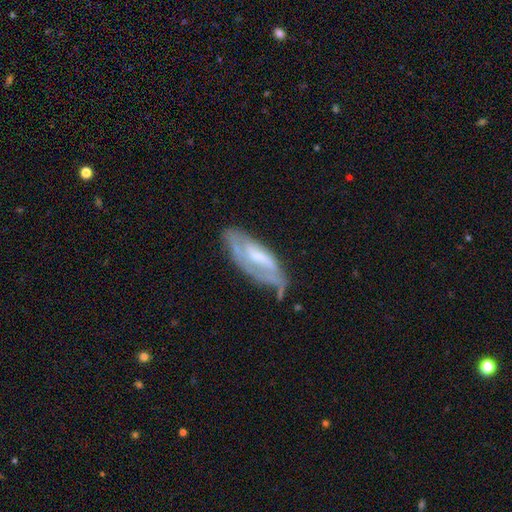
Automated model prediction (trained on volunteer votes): Smooth or featured: featured or disk — 67% (smooth — 27%)
Edge-on disk: no — 84% (yes — 16%)
Bar: weak — 42% (no — 40%)
Spiral arms: yes — 71% (no — 29%)
Bulge size: moderate — 39% (small — 37%)
Merging: none — 45% (minor disturbance — 32%)